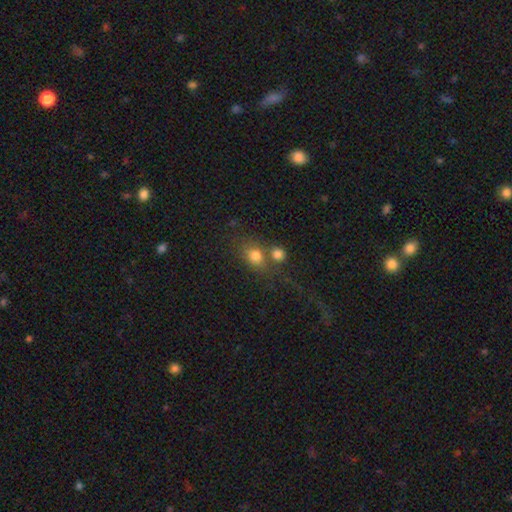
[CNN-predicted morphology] Smooth or featured? smooth (76%)
How rounded? round (52%)
Merging? none (44%)